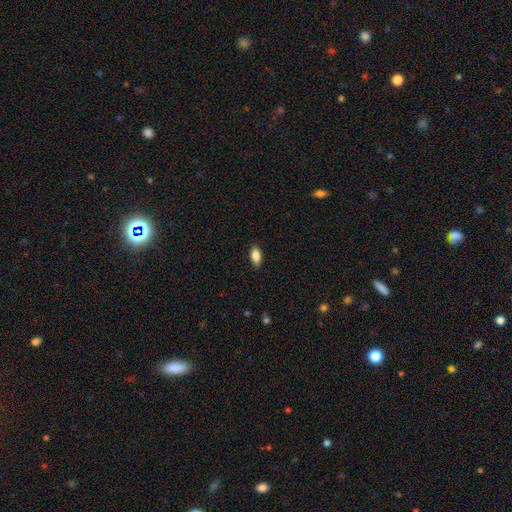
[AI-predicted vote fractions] Overall: smooth (86%). How rounded: in between (88%). Merging: none (88%).